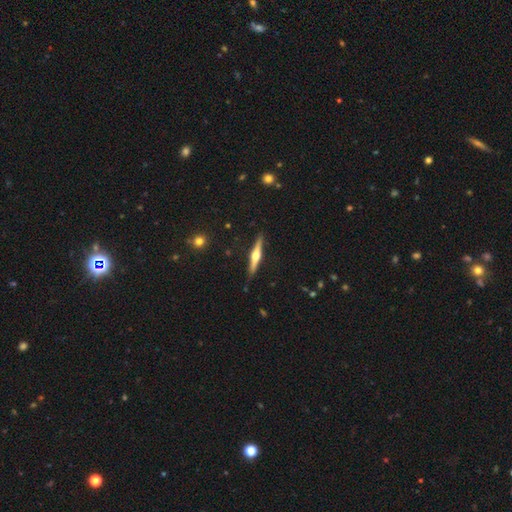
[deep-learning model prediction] This appears to be a featured or disk galaxy (70%) viewed edge-on (98%) with a rounded central bulge (93%). Merging: none (89%).